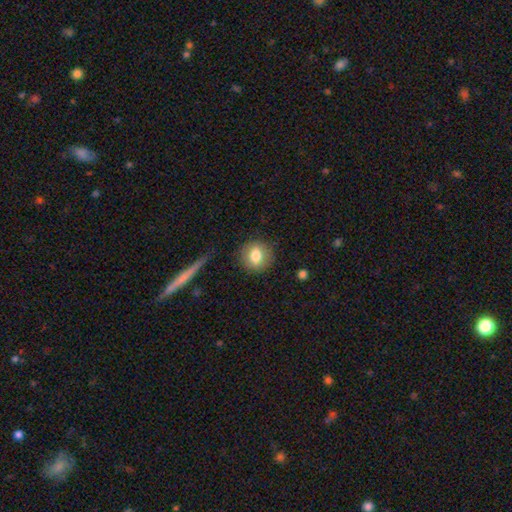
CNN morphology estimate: Smooth or featured? smooth (76%)
How rounded? round (81%)
Merging? none (86%)